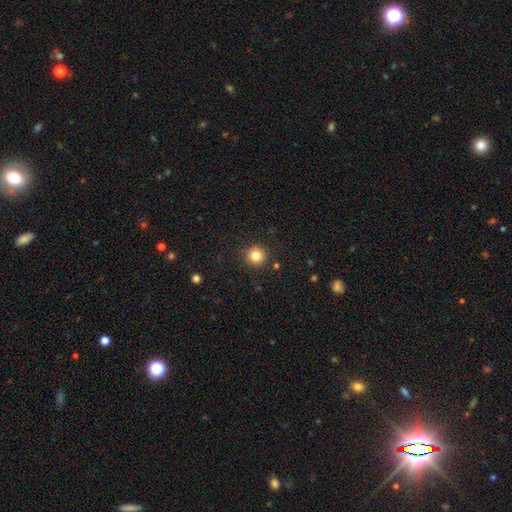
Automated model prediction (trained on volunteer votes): Smooth or featured?
  - smooth: 83% *
  - star or artifact: 11%
  - featured or disk: 6%
How rounded?
  - round: 95% *
  - in between: 4%
  - cigar-shaped: 1%
Merging?
  - none: 91% *
  - minor disturbance: 6%
  - major disturbance: 2%
  - merger: 1%